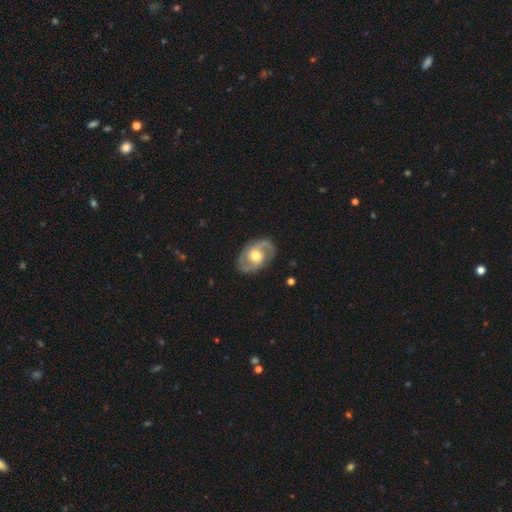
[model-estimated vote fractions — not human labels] Q: Smooth or featured?
A: featured or disk (87%); runner-up: smooth (9%)
Q: Edge-on disk?
A: no (97%); runner-up: yes (3%)
Q: Bar?
A: no (57%); runner-up: weak (33%)
Q: Spiral arms?
A: yes (94%); runner-up: no (6%)
Q: Spiral winding?
A: medium (56%); runner-up: tight (27%)
Q: Spiral arm count?
A: 2 (92%); runner-up: can't tell (3%)
Q: Bulge size?
A: moderate (74%); runner-up: large (12%)
Q: Merging?
A: none (85%); runner-up: minor disturbance (11%)